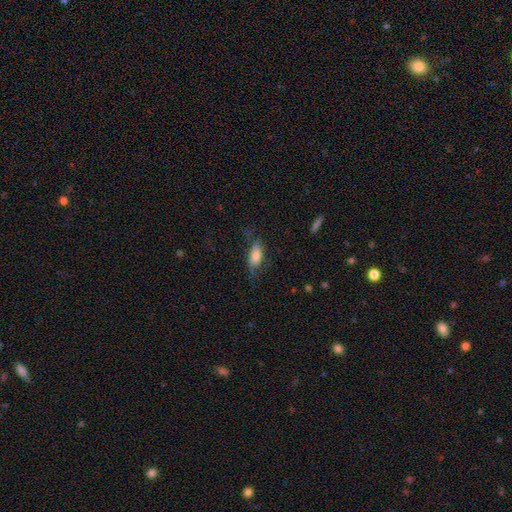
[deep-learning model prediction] Morphology: type=smooth (70%); roundness=in between (81%); merging=none (56%).